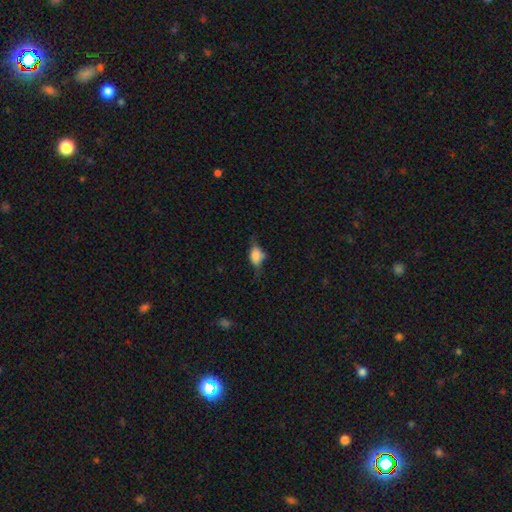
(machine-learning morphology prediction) type=smooth (54%); roundness=in between (75%); merging=none (54%).